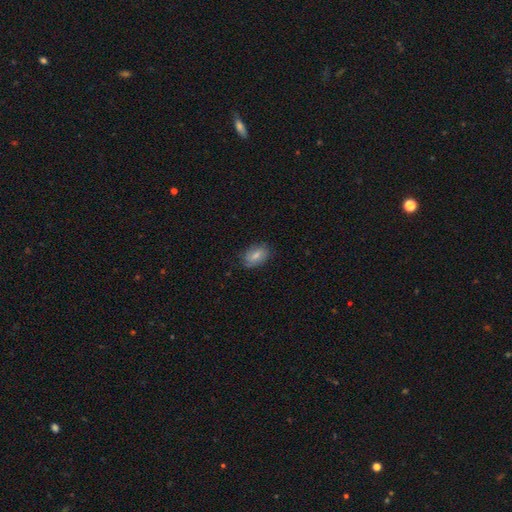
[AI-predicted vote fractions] Smooth or featured? smooth (69%)
How rounded? in between (86%)
Merging? none (74%)